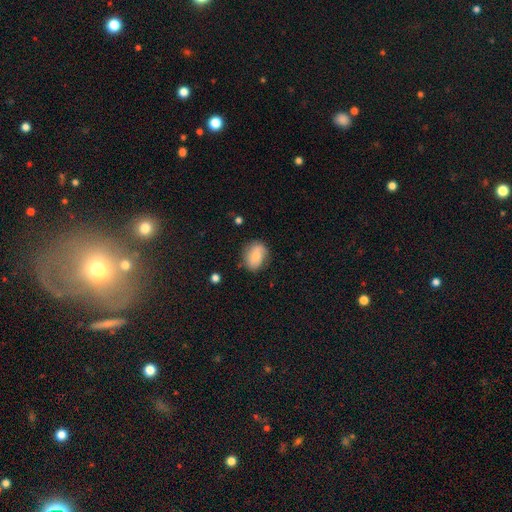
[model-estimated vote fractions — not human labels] Smooth or featured?
  - smooth: 67% *
  - featured or disk: 25%
  - star or artifact: 8%
How rounded?
  - in between: 59% *
  - round: 40%
  - cigar-shaped: 1%
Merging?
  - none: 73% *
  - minor disturbance: 20%
  - major disturbance: 5%
  - merger: 2%